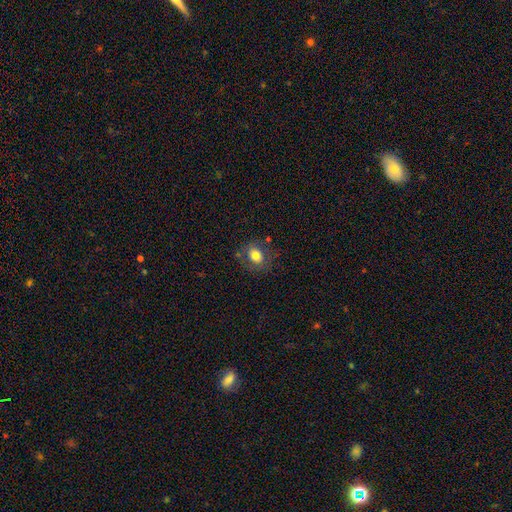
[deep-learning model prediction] smooth-or-featured: smooth: 76% | featured or disk: 14% | star or artifact: 10%
  how-rounded: in between: 50% | round: 49% | cigar-shaped: 1%
  merging: none: 73% | minor disturbance: 17% | major disturbance: 7% | merger: 3%